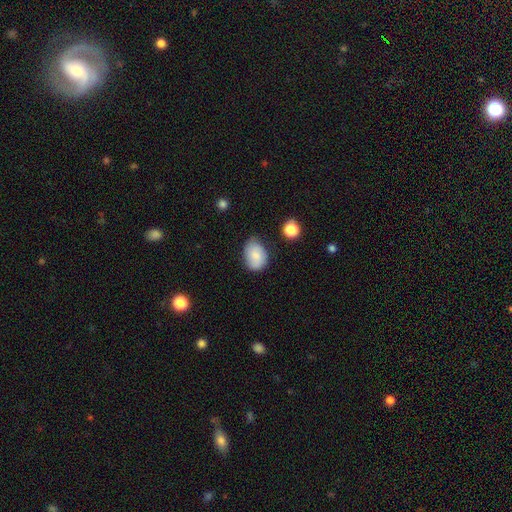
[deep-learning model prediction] Smooth or featured? smooth (74%)
How rounded? in between (73%)
Merging? none (61%)